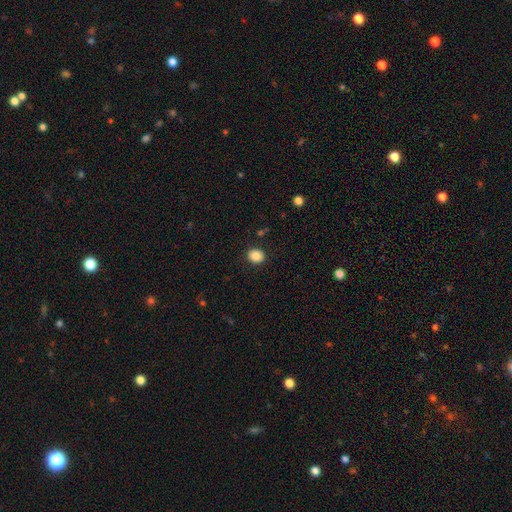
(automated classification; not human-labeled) This is clearly a smooth galaxy (86%). How rounded: likely round (68%). Merging: clearly none (90%).